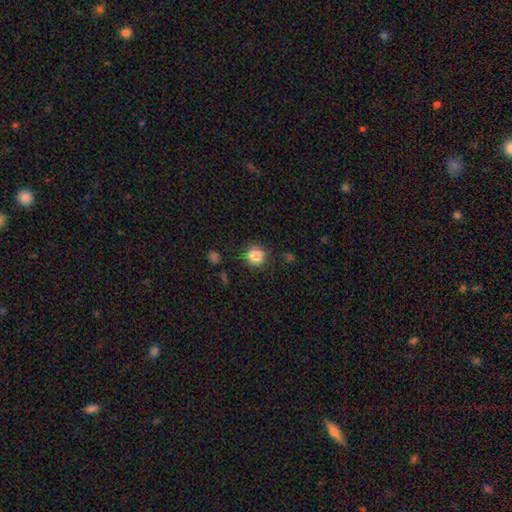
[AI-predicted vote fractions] Smooth or featured: smooth — 84% (star or artifact — 11%)
How rounded: round — 94% (in between — 5%)
Merging: none — 88% (minor disturbance — 8%)